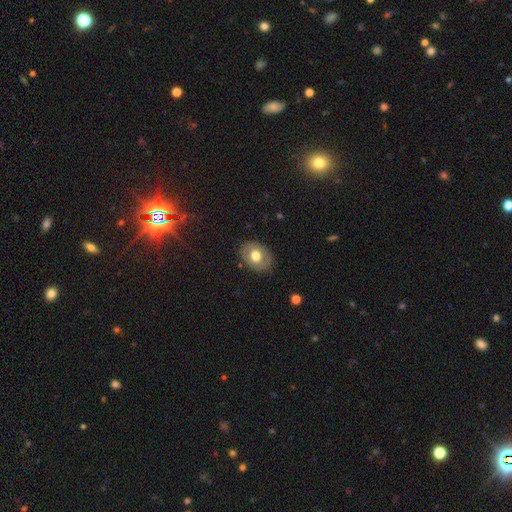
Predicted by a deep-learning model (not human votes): This appears to be a smooth galaxy with no disk features (60%) that is in between round and cigar-shaped (66%). Merging: none (84%).